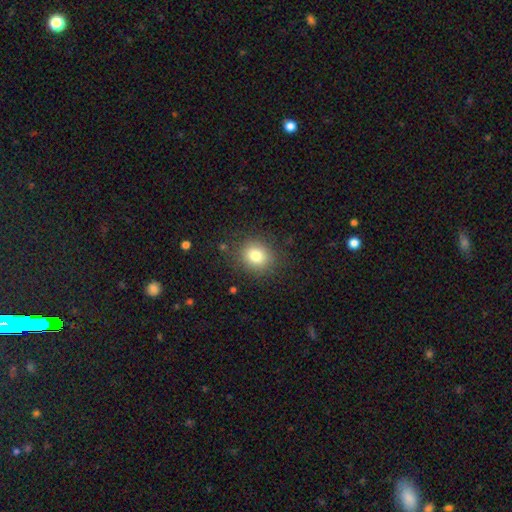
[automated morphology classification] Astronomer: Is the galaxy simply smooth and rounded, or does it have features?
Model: smooth — 80%.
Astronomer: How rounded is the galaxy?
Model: round — 75%.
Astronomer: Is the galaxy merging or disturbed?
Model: none — 84%.